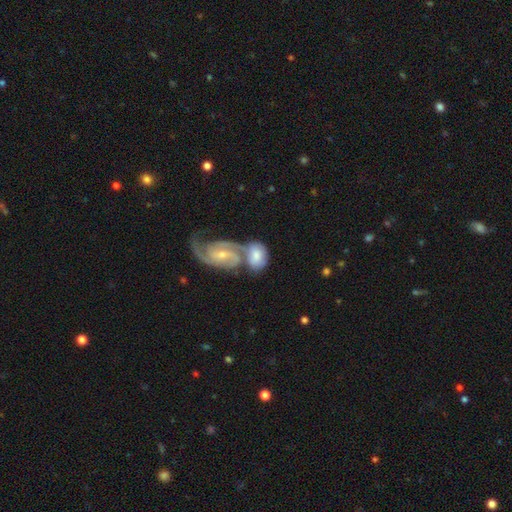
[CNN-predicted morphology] featured or disk 60%, smooth 34%, star or artifact 6%. Down the decision tree: edge-on disk — no (96%); bar — no (45%); spiral arms — yes (90%); spiral arm count — 2 (68%); spiral winding — medium (49%); bulge size — small (49%); merging — merger (68%).